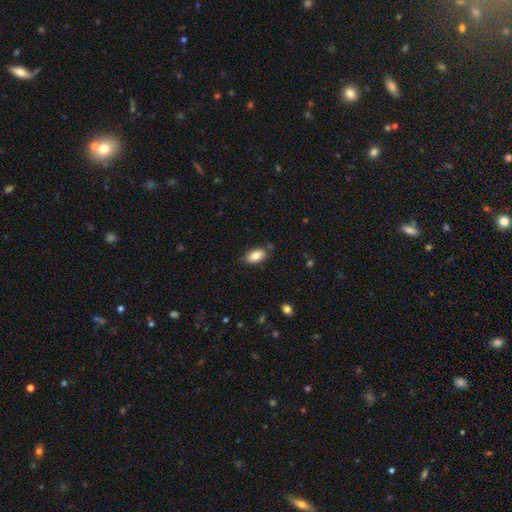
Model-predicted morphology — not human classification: This is clearly a smooth galaxy (83%). How rounded: clearly in between (91%). Merging: likely none (77%).